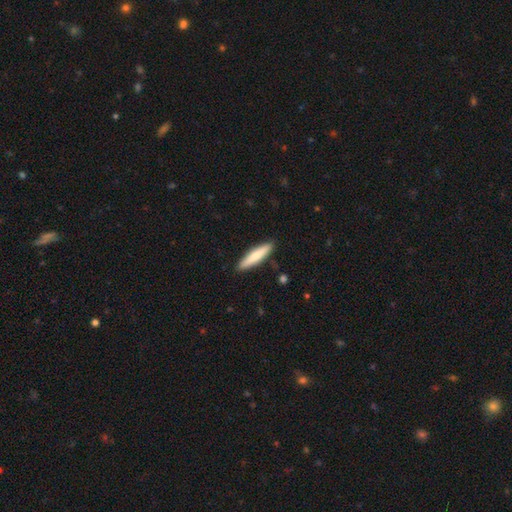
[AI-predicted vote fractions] The model was most divided on "smooth or featured": smooth: 71%, featured or disk: 24%, star or artifact: 5%. More confident: merging — none (90%); how rounded — cigar-shaped (83%).